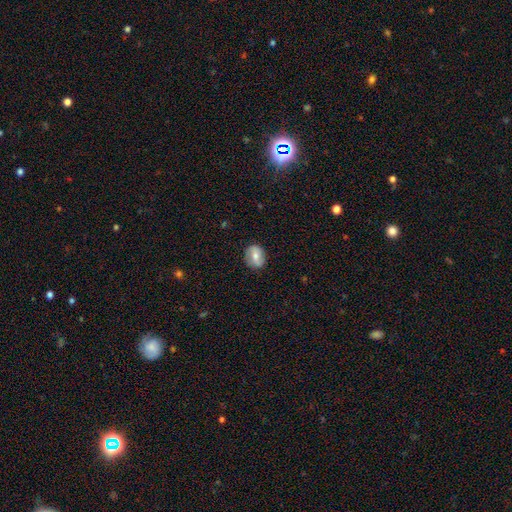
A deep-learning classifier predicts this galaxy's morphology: type=smooth (53%); roundness=round (59%); merging=none (81%).